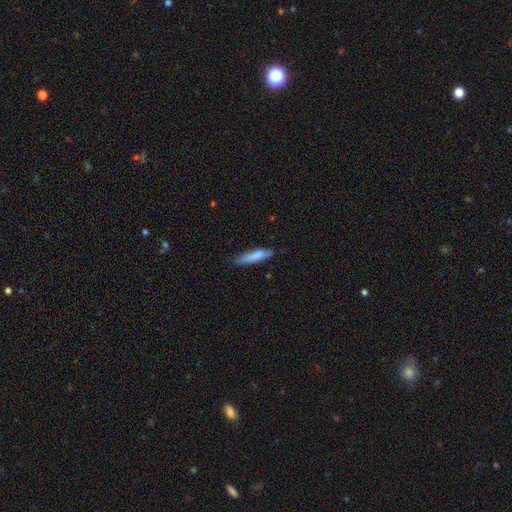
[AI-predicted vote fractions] smooth-or-featured: smooth: 78% | featured or disk: 16% | star or artifact: 6%
  how-rounded: cigar-shaped: 80% | in between: 18% | round: 1%
  merging: none: 70% | minor disturbance: 23% | major disturbance: 4% | merger: 2%